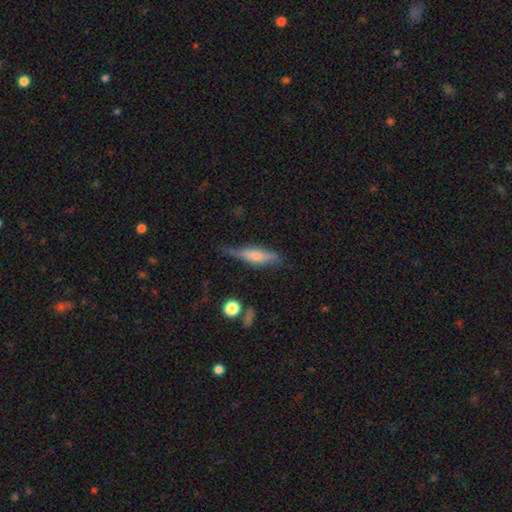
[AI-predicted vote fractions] Morphology: type=featured or disk (49%); merging=none (67%).